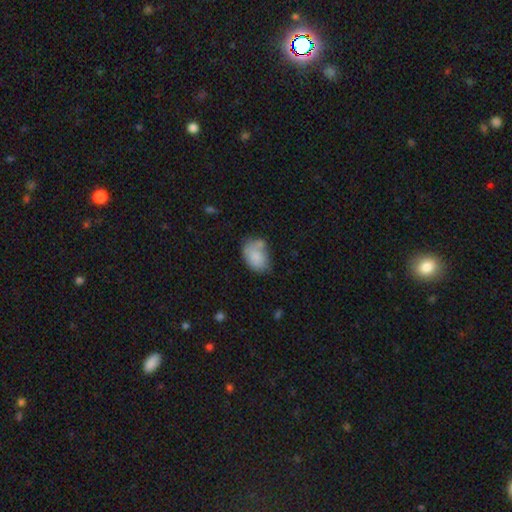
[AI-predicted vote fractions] Smooth or featured: smooth — 81% (featured or disk — 12%)
How rounded: in between — 82% (round — 17%)
Merging: none — 49% (minor disturbance — 27%)